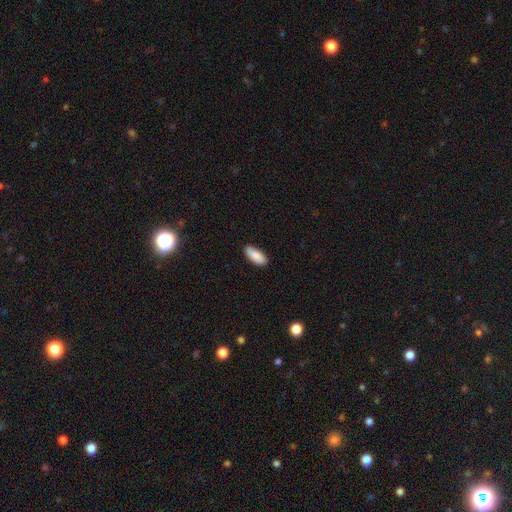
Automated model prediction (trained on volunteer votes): This is clearly a smooth galaxy (88%). How rounded: clearly in between (84%). Merging: clearly none (82%).